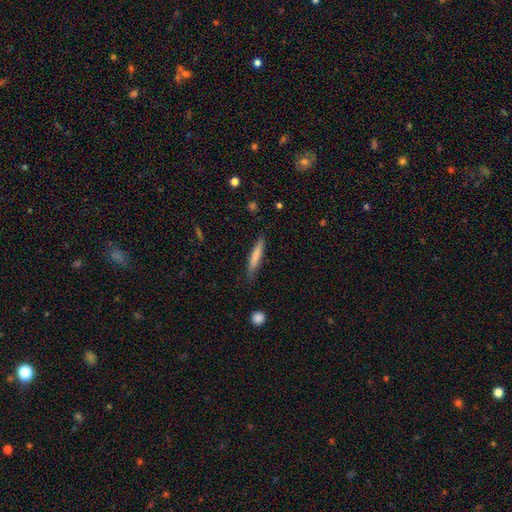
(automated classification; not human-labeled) smooth_or_featured: smooth (p=0.74) [alt: featured or disk p=0.20]
how_rounded: cigar-shaped (p=0.92) [alt: in between p=0.07]
merging: none (p=0.82) [alt: minor disturbance p=0.14]